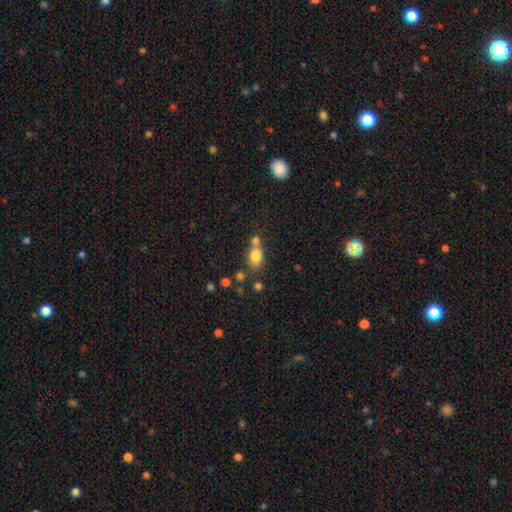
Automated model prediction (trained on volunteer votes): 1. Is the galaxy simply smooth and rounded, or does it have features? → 80% smooth, 10% featured or disk, 10% star or artifact.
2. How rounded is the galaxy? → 71% in between, 26% round, 3% cigar-shaped.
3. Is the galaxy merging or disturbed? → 44% none, 39% merger, 13% minor disturbance, 5% major disturbance.